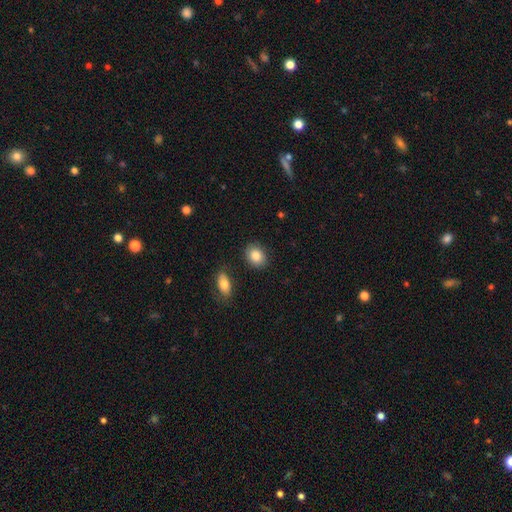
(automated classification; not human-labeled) Smooth or featured? Predicted: smooth (p=0.86). How rounded? Predicted: in between (p=0.60). Merging? Predicted: none (p=0.84).